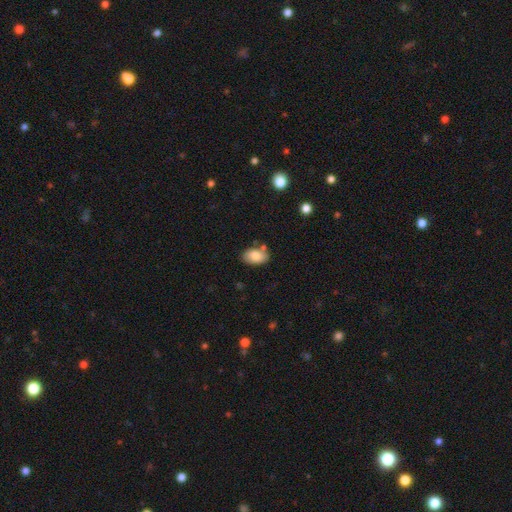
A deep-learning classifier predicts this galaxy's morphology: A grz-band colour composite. It shows a smooth galaxy with no disk features (83%) that is in between round and cigar-shaped (91%). Merging: none (72%).